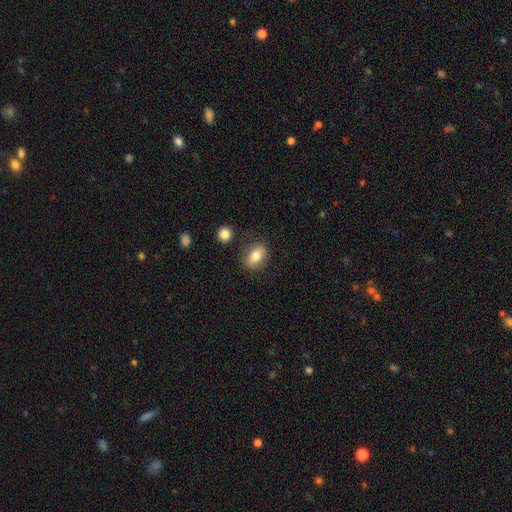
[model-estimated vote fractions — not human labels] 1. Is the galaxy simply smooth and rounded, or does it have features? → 77% smooth, 15% featured or disk, 8% star or artifact.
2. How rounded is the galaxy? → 81% in between, 16% round, 3% cigar-shaped.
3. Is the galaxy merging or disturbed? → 80% none, 13% minor disturbance, 4% merger, 3% major disturbance.